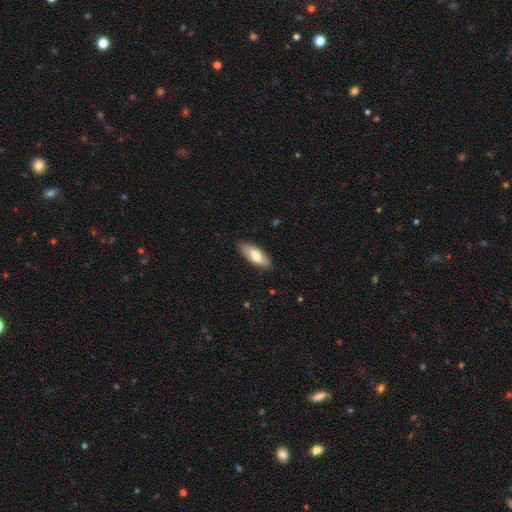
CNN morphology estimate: smooth_or_featured: smooth (p=0.73) [alt: featured or disk p=0.21]
how_rounded: in between (p=0.71) [alt: cigar-shaped p=0.27]
merging: none (p=0.87) [alt: minor disturbance p=0.10]